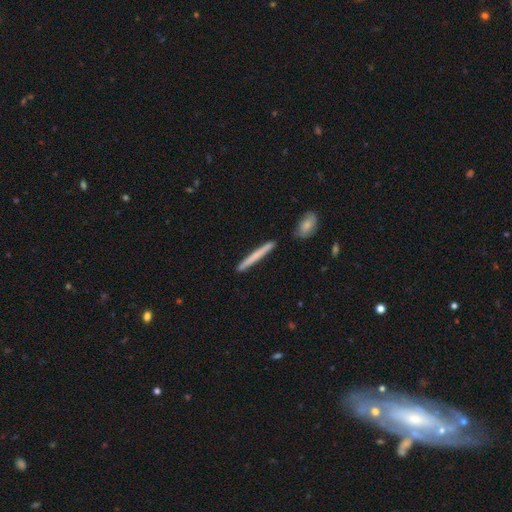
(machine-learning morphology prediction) Smooth or featured? Predicted: smooth (p=0.63). How rounded? Predicted: cigar-shaped (p=0.97). Merging? Predicted: none (p=0.89).